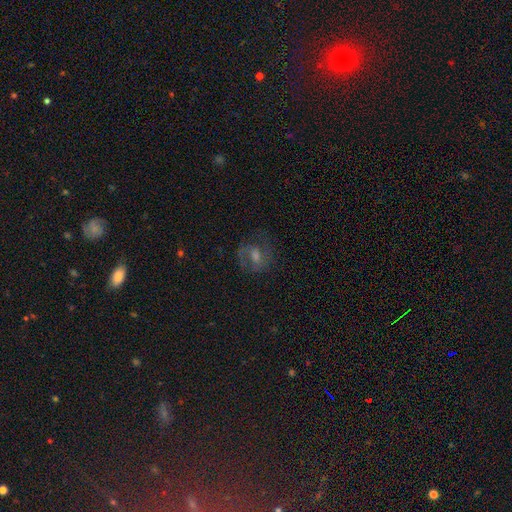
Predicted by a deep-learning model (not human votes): This is possibly a featured or disk galaxy (56%). It is clearly not viewed edge-on (96%). Bar: possibly weak (48%). Spiral arm pattern: clearly yes (80%). Central bulge: possibly moderate (51%). Merging: likely none (72%).